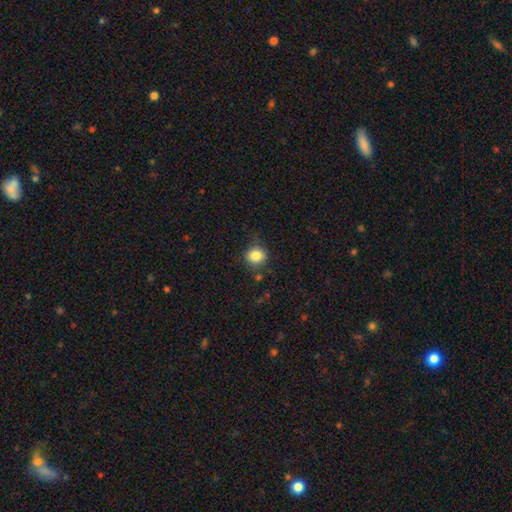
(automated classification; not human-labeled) Overall: smooth (83%). How rounded: round (79%). Merging: none (74%).